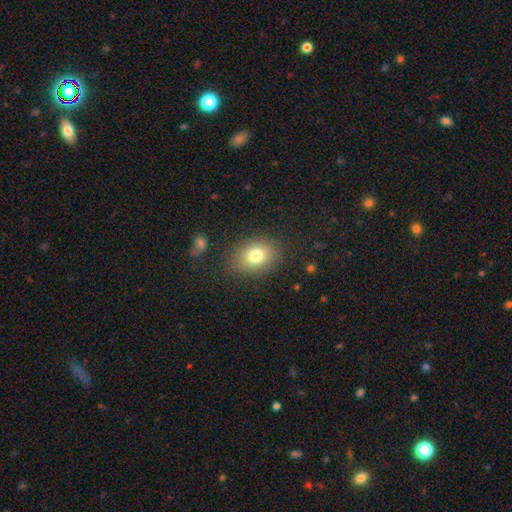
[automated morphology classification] Smooth or featured: smooth — 78% (featured or disk — 12%)
How rounded: in between — 70% (round — 29%)
Merging: none — 82% (minor disturbance — 11%)